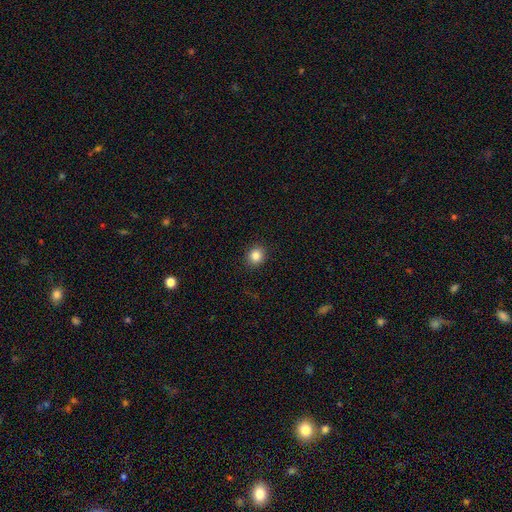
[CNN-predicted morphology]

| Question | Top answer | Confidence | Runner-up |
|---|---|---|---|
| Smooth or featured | smooth | 85% | star or artifact (11%) |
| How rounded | round | 78% | in between (21%) |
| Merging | none | 90% | minor disturbance (7%) |